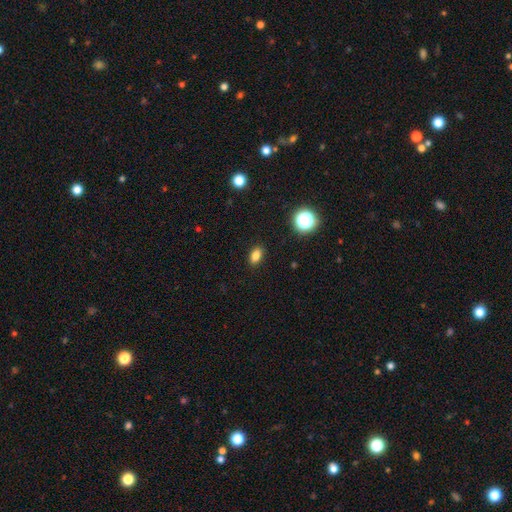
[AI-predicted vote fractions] smooth 82%, star or artifact 13%, featured or disk 6%. Down the decision tree: how rounded — in between (84%); merging — none (89%).